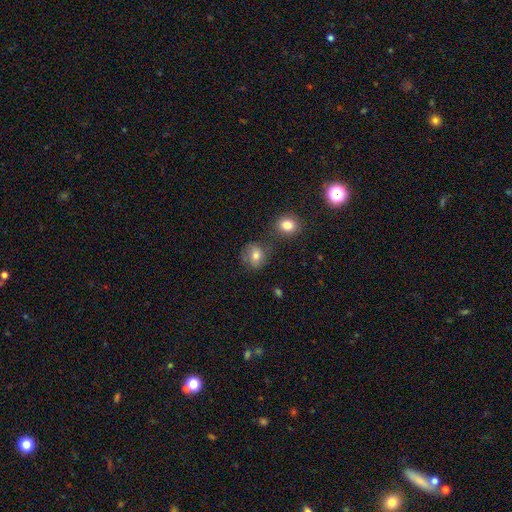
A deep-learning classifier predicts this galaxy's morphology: Overall: smooth (75%). How rounded: round (72%). Merging: none (64%).